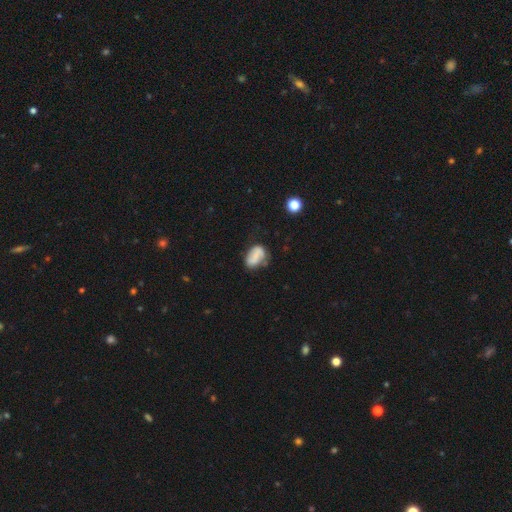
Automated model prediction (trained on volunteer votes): A smooth galaxy with no disk features (62%) that is in between round and cigar-shaped (86%). Merging: none (52%).